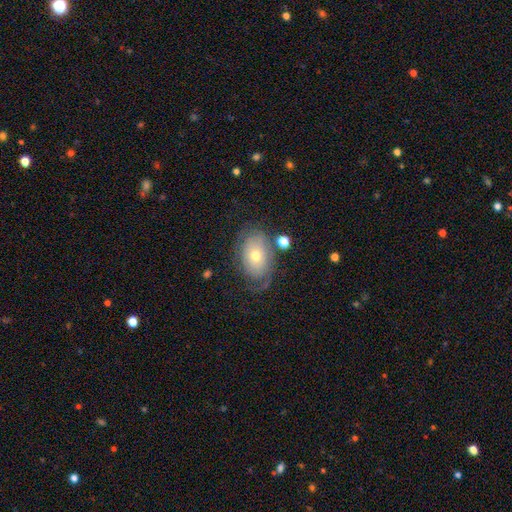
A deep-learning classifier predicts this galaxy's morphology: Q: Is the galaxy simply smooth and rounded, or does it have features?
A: featured or disk — 53%.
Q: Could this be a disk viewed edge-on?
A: no — 93%.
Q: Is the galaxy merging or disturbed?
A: none — 57%.